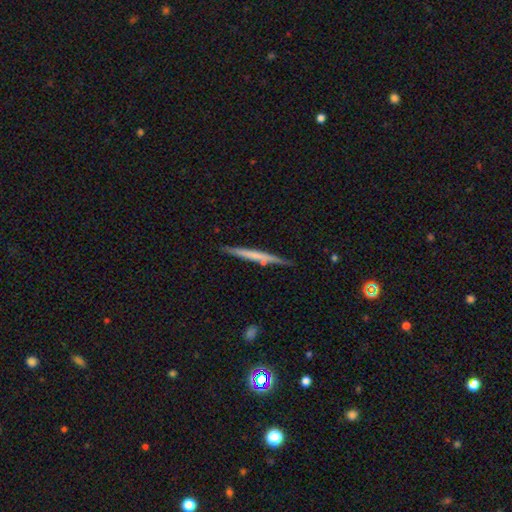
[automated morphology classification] A smooth galaxy with no disk features (48%). Merging: none (83%).